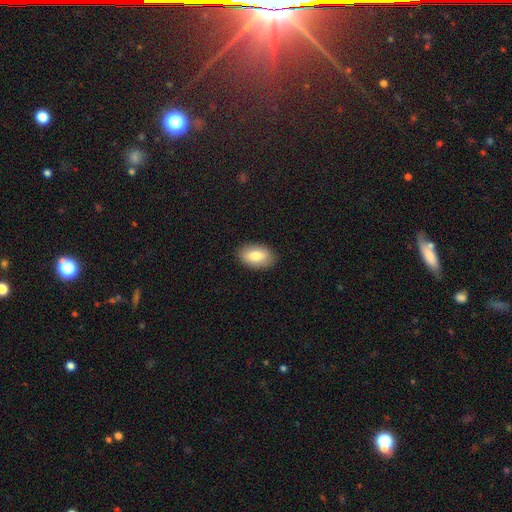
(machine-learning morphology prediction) A smooth galaxy with no disk features (81%) that is in between round and cigar-shaped (92%).

Vote fractions:
- Smooth or featured? smooth: 81% / featured or disk: 12% / star or artifact: 7%
- How rounded? in between: 92% / round: 6% / cigar-shaped: 2%
- Merging? none: 88% / minor disturbance: 9% / major disturbance: 2% / merger: 1%